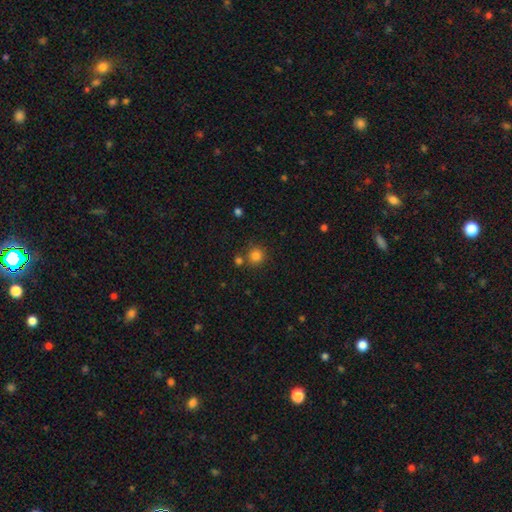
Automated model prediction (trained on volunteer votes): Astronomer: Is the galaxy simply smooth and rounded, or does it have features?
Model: smooth — 83%.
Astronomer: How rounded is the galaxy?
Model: round — 92%.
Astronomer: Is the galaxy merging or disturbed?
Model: none — 76%.